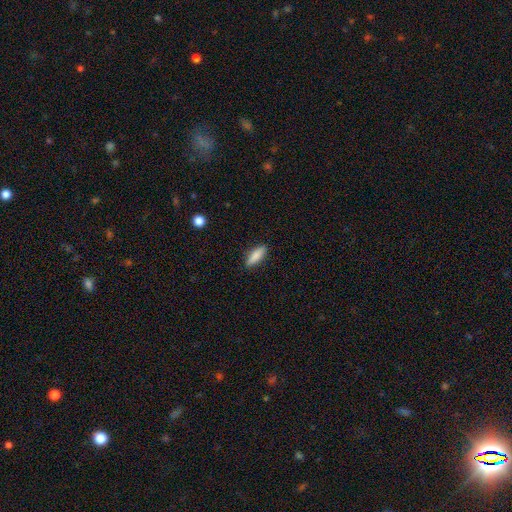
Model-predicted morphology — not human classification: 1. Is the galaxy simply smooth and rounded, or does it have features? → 85% smooth, 9% featured or disk, 6% star or artifact.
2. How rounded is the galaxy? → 52% in between, 46% cigar-shaped, 2% round.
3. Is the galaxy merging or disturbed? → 88% none, 9% minor disturbance, 2% major disturbance, 1% merger.